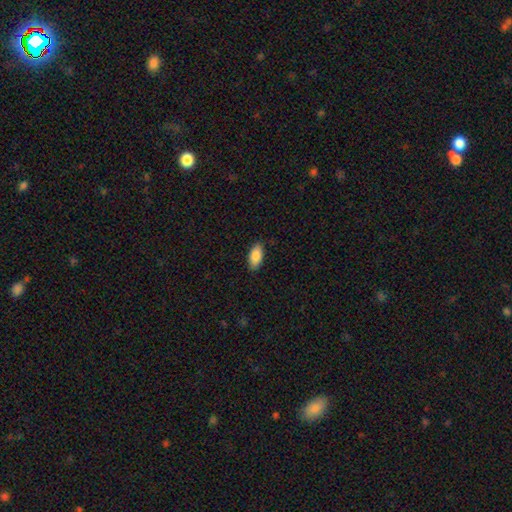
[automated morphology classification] smooth-or-featured: smooth: 88% | star or artifact: 6% | featured or disk: 6%
  how-rounded: in between: 91% | cigar-shaped: 7% | round: 2%
  merging: none: 87% | minor disturbance: 10% | major disturbance: 2% | merger: 1%